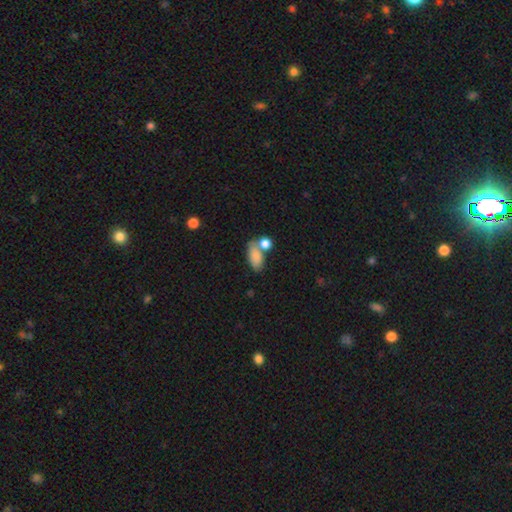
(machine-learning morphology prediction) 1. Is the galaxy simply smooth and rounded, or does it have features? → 83% smooth, 9% featured or disk, 8% star or artifact.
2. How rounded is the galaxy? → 89% in between, 6% round, 5% cigar-shaped.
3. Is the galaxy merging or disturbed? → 46% none, 34% merger, 14% minor disturbance, 6% major disturbance.